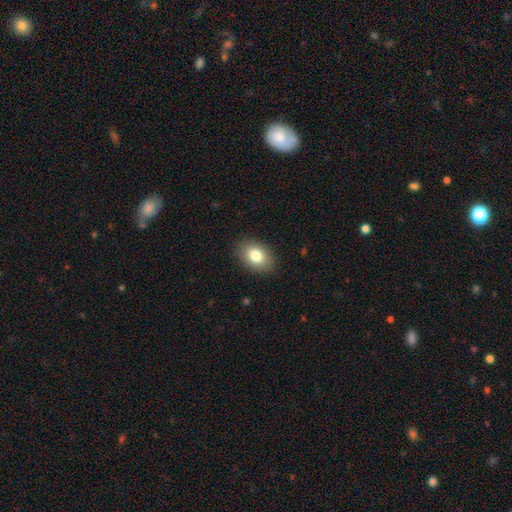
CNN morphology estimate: Overall: smooth (81%). How rounded: in between (79%). Merging: none (88%).